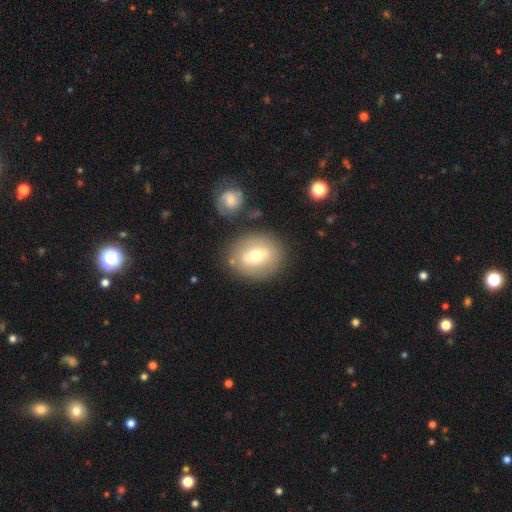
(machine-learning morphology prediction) smooth_or_featured: smooth (p=0.54) [alt: featured or disk p=0.39]
how_rounded: round (p=0.62) [alt: in between p=0.37]
merging: none (p=0.78) [alt: minor disturbance p=0.11]